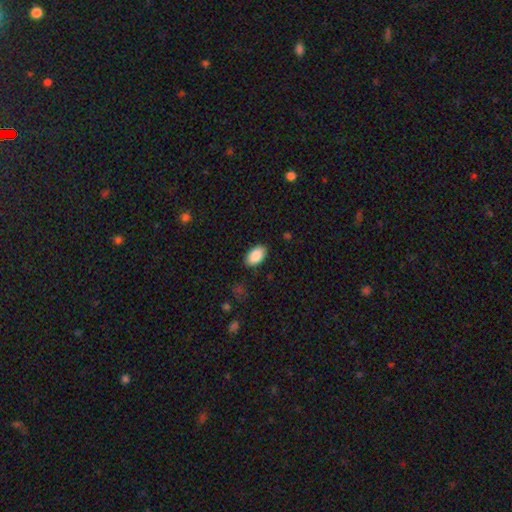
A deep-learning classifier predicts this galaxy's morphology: A smooth galaxy with no disk features (89%) that is in between round and cigar-shaped (94%).

Vote fractions:
- Smooth or featured? smooth: 89% / star or artifact: 7% / featured or disk: 4%
- How rounded? in between: 94% / round: 5% / cigar-shaped: 1%
- Merging? none: 87% / minor disturbance: 10% / major disturbance: 2% / merger: 1%